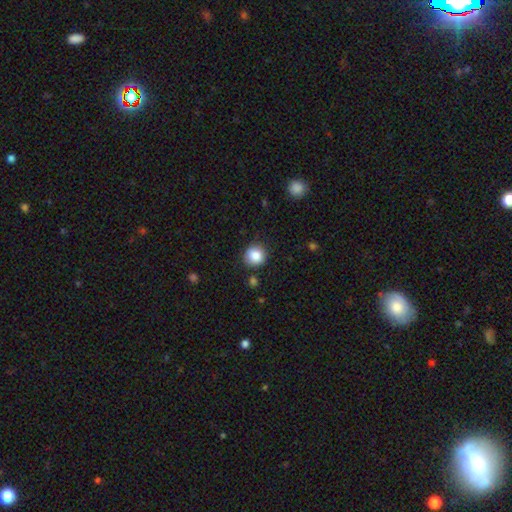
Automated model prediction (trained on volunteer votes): Smooth or featured? smooth (86%)
How rounded? round (90%)
Merging? none (85%)